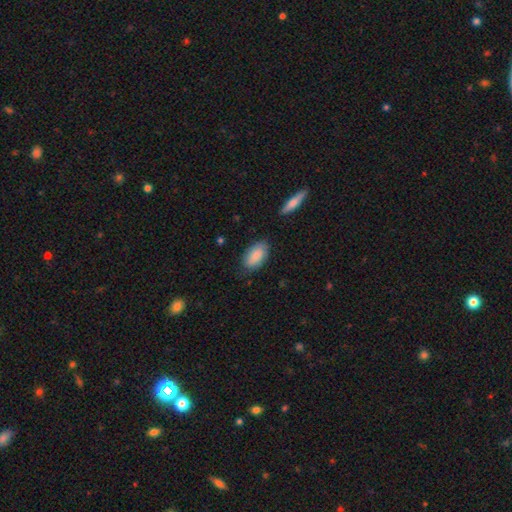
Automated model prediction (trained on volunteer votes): smooth-or-featured: smooth: 84% | featured or disk: 10% | star or artifact: 6%
  how-rounded: in between: 93% | cigar-shaped: 3% | round: 3%
  merging: none: 78% | minor disturbance: 17% | major disturbance: 3% | merger: 2%